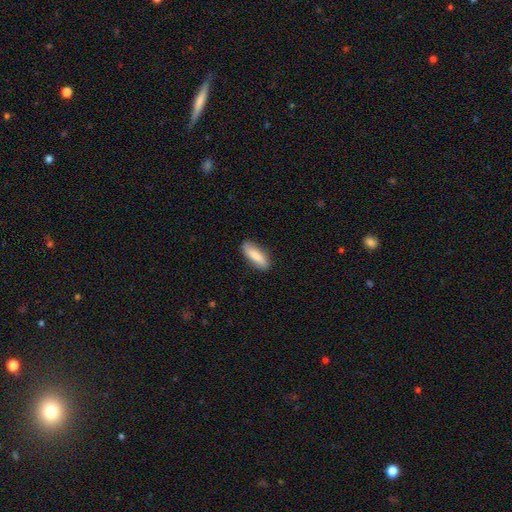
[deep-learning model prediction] Smooth or featured? smooth (84%)
How rounded? in between (60%)
Merging? none (83%)